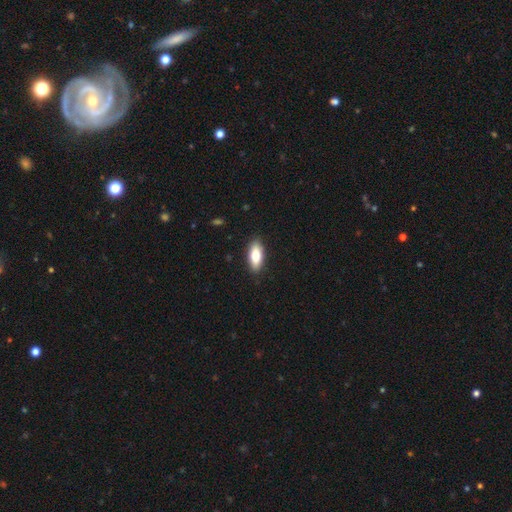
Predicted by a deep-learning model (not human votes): Smooth or featured?
  - smooth: 75% *
  - featured or disk: 19%
  - star or artifact: 6%
How rounded?
  - in between: 78% *
  - cigar-shaped: 19%
  - round: 3%
Merging?
  - none: 89% *
  - minor disturbance: 8%
  - major disturbance: 2%
  - merger: 1%